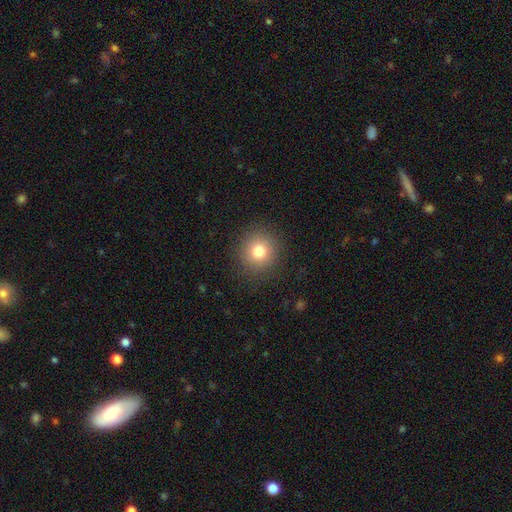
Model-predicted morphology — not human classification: smooth-or-featured: smooth: 78% | star or artifact: 15% | featured or disk: 7%
  how-rounded: round: 93% | in between: 6% | cigar-shaped: 1%
  merging: none: 91% | minor disturbance: 6% | major disturbance: 2% | merger: 1%